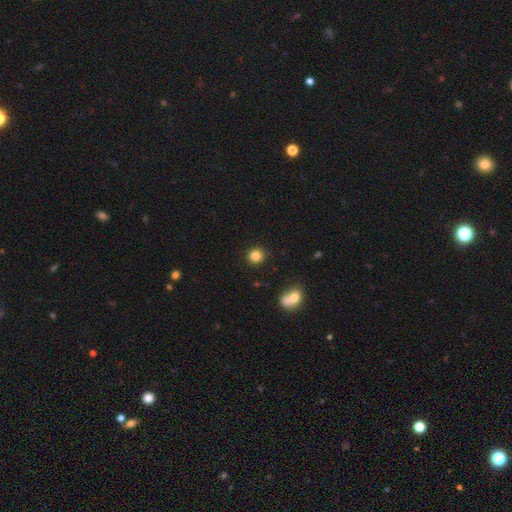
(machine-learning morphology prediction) The model was most divided on "smooth or featured": smooth: 84%, star or artifact: 11%, featured or disk: 5%. More confident: how rounded — round (92%); merging — none (90%).